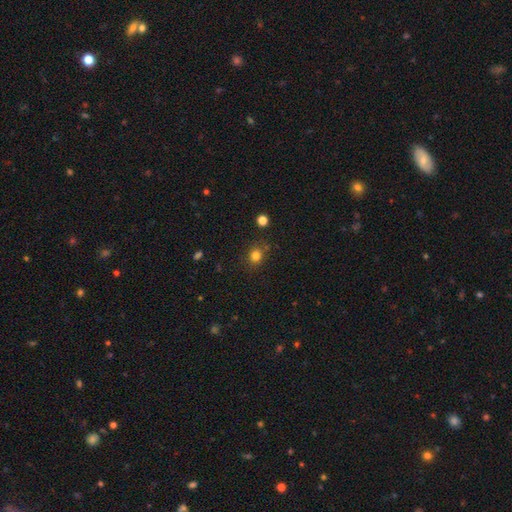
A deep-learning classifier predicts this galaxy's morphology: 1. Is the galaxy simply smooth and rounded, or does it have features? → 80% smooth, 15% star or artifact, 6% featured or disk.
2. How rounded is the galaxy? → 76% round, 23% in between, 1% cigar-shaped.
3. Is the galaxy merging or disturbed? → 79% none, 14% minor disturbance, 4% major disturbance, 4% merger.